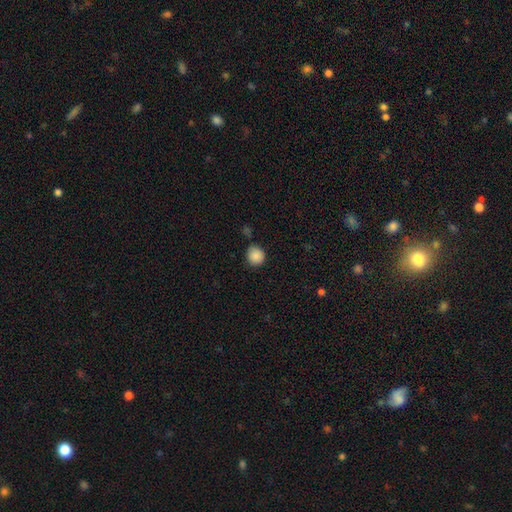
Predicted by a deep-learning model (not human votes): Q: Smooth or featured?
A: smooth (88%); runner-up: star or artifact (9%)
Q: How rounded?
A: round (90%); runner-up: in between (9%)
Q: Merging?
A: none (78%); runner-up: minor disturbance (14%)